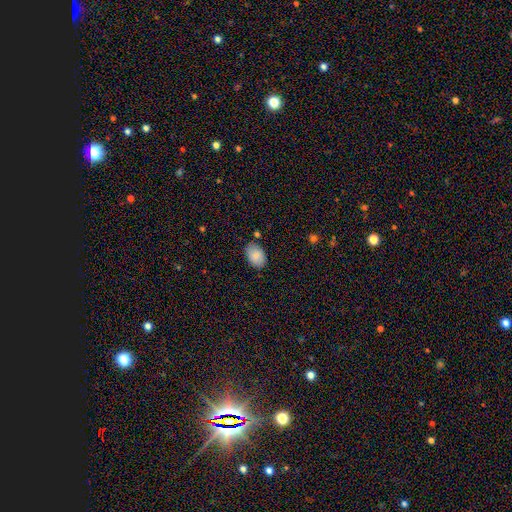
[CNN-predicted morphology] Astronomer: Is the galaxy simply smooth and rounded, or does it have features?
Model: smooth — 86%.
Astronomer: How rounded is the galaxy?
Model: in between — 88%.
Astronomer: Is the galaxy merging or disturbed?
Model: none — 80%.